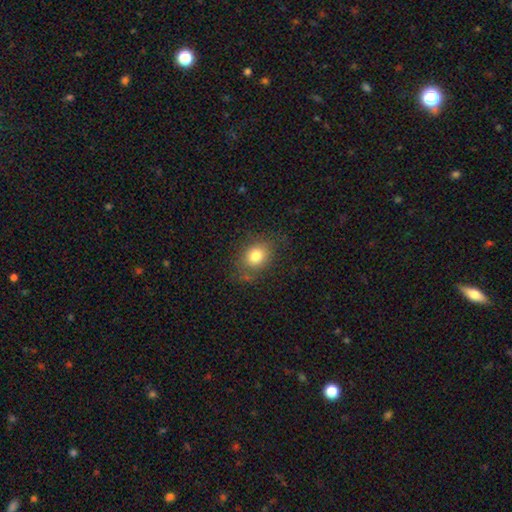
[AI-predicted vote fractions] Morphology: type=smooth (78%); roundness=round (50%); merging=none (75%).